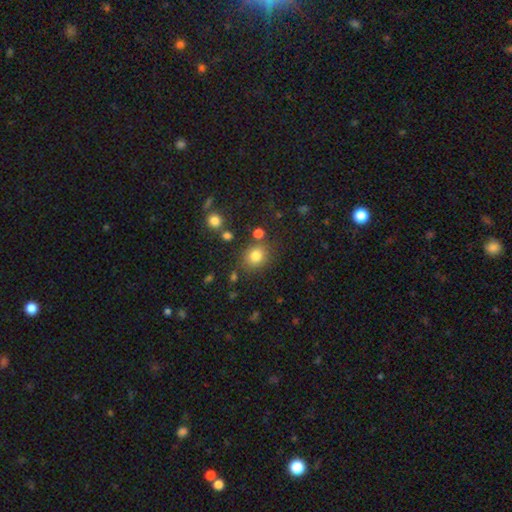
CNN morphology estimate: A smooth galaxy with no disk features (80%) that is round (70%). Merging: none (78%).